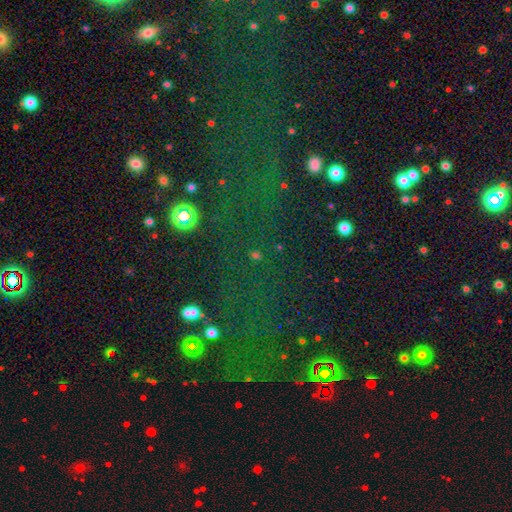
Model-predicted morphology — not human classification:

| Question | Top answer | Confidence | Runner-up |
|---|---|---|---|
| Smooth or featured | star or artifact | 68% | smooth (20%) |